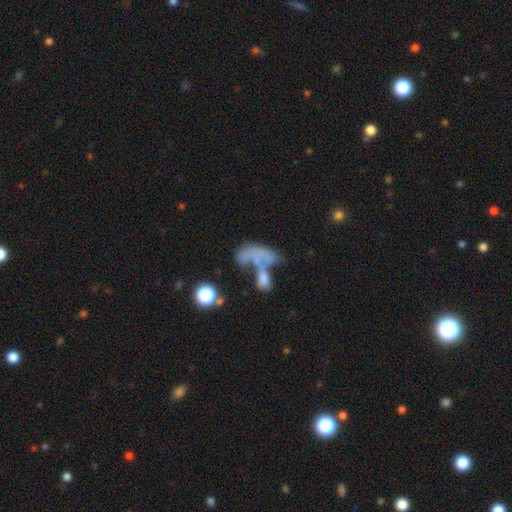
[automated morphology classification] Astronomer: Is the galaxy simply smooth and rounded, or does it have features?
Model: smooth — 47% (runner-up: featured or disk, 37%).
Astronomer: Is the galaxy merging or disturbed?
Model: merger — 49% (runner-up: major disturbance, 25%).